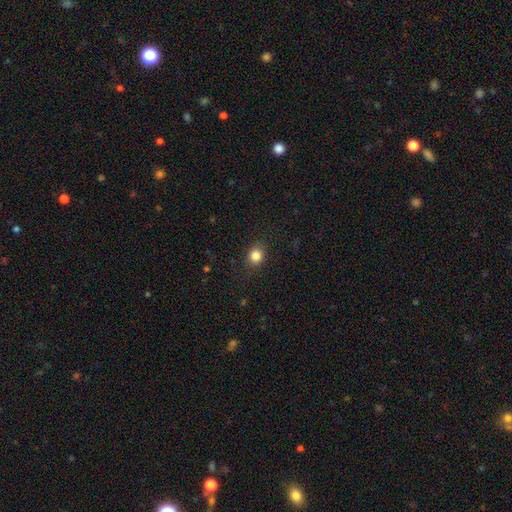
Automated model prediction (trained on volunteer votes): Smooth or featured? smooth (83%)
How rounded? round (61%)
Merging? none (84%)